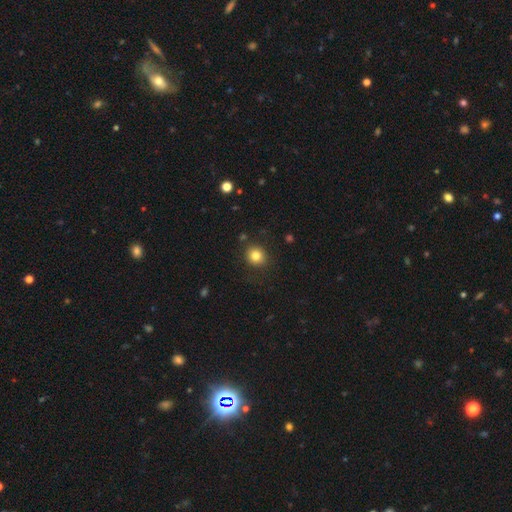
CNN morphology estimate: smooth_or_featured: smooth (p=0.82) [alt: star or artifact p=0.11]
how_rounded: round (p=0.81) [alt: in between p=0.18]
merging: none (p=0.85) [alt: minor disturbance p=0.09]